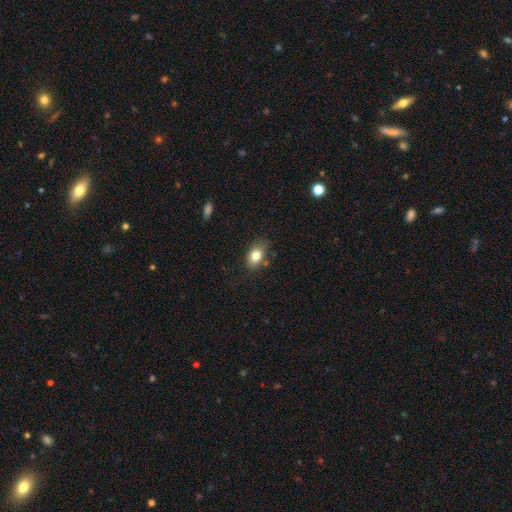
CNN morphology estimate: The model was most divided on "merging": none: 73%, minor disturbance: 19%, major disturbance: 4%, merger: 4%. More confident: how rounded — in between (83%); smooth or featured — smooth (80%).